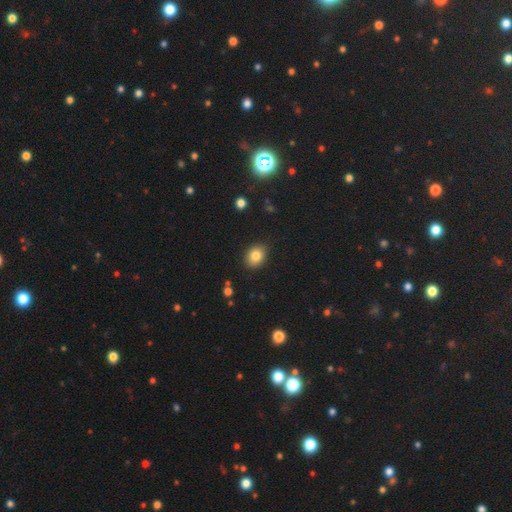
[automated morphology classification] smooth-or-featured: smooth: 83% | star or artifact: 10% | featured or disk: 7%
  how-rounded: in between: 55% | round: 44% | cigar-shaped: 1%
  merging: none: 87% | minor disturbance: 10% | major disturbance: 2% | merger: 1%